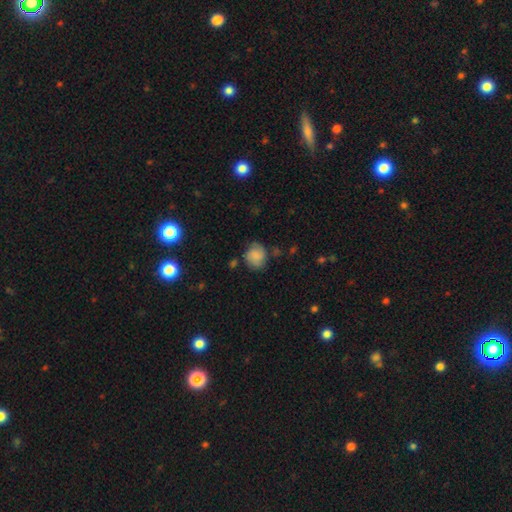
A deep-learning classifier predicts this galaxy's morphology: This appears to be a smooth galaxy with no disk features (74%) that is round (75%). Merging: none (66%).